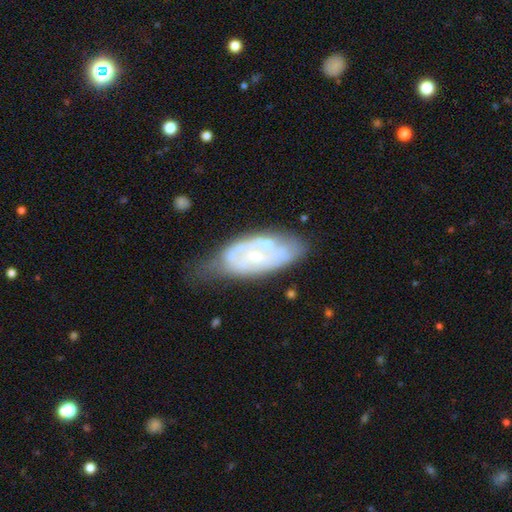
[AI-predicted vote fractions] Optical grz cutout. It shows a featured or disk galaxy (72%) with no bar (68%), spiral arms (66%) and a small central bulge (62%). Merging: none (47%).